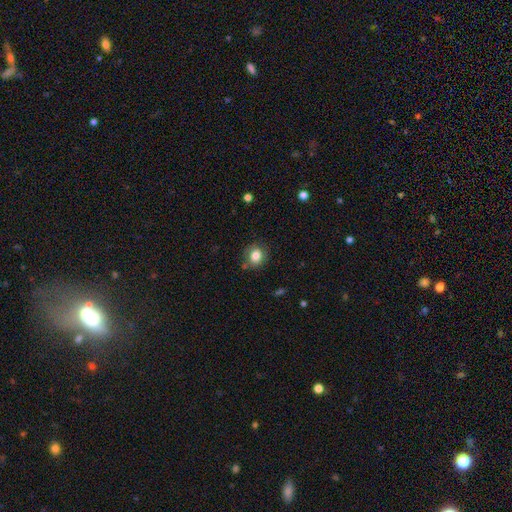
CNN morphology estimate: smooth_or_featured: smooth (p=0.81) [alt: star or artifact p=0.10]
how_rounded: round (p=0.75) [alt: in between p=0.24]
merging: none (p=0.77) [alt: minor disturbance p=0.16]